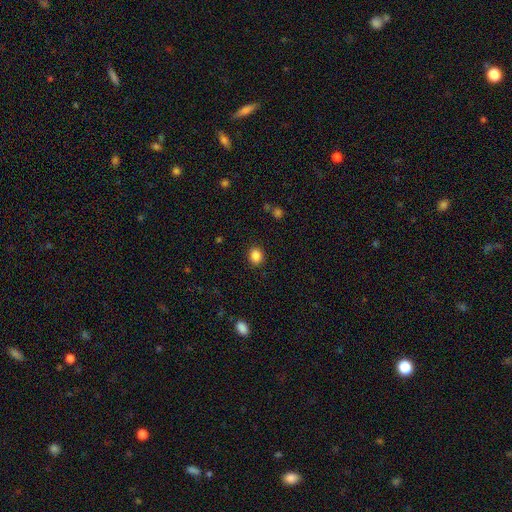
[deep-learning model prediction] smooth 86%, star or artifact 10%, featured or disk 4%. Down the decision tree: how rounded — round (71%); merging — none (90%).